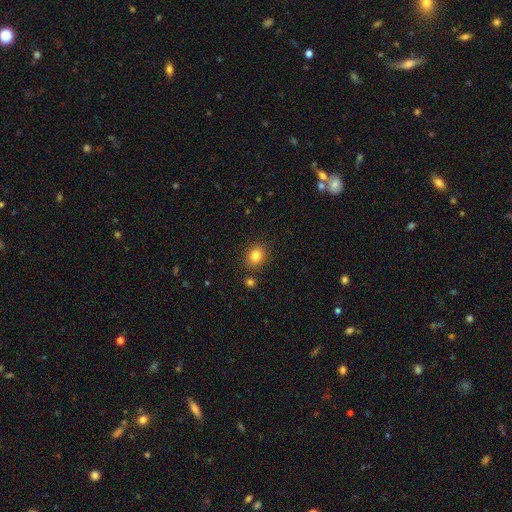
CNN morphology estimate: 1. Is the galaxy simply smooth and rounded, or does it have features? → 83% smooth, 11% star or artifact, 6% featured or disk.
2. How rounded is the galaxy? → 64% round, 35% in between, 1% cigar-shaped.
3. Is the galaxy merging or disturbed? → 84% none, 9% minor disturbance, 4% merger, 3% major disturbance.